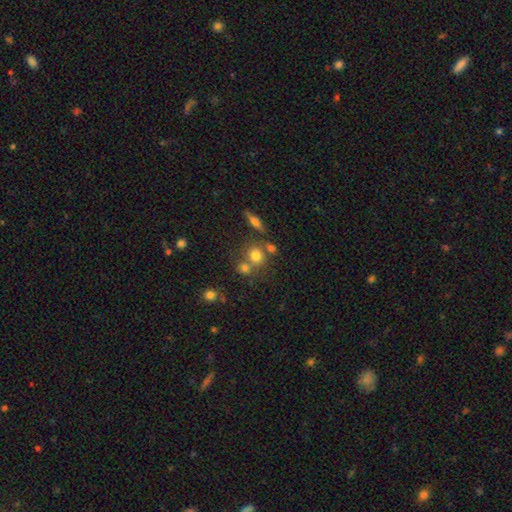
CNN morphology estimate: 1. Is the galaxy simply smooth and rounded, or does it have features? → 72% smooth, 15% star or artifact, 14% featured or disk.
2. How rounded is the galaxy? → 76% round, 22% in between, 2% cigar-shaped.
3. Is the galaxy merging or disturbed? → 55% none, 30% merger, 11% minor disturbance, 5% major disturbance.